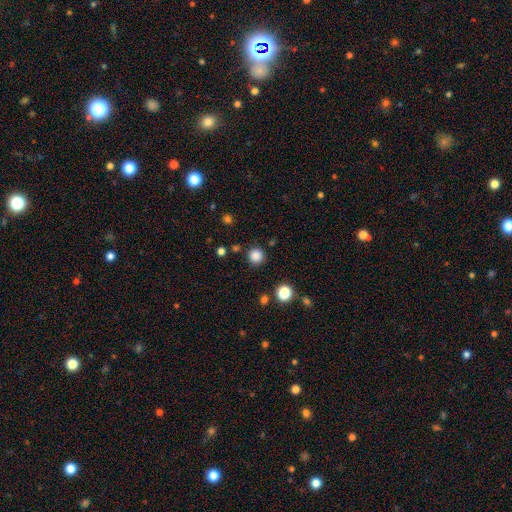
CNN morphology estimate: Smooth or featured?
  - smooth: 84% *
  - star or artifact: 13%
  - featured or disk: 3%
How rounded?
  - round: 95% *
  - in between: 4%
  - cigar-shaped: 1%
Merging?
  - none: 88% *
  - minor disturbance: 7%
  - major disturbance: 3%
  - merger: 2%